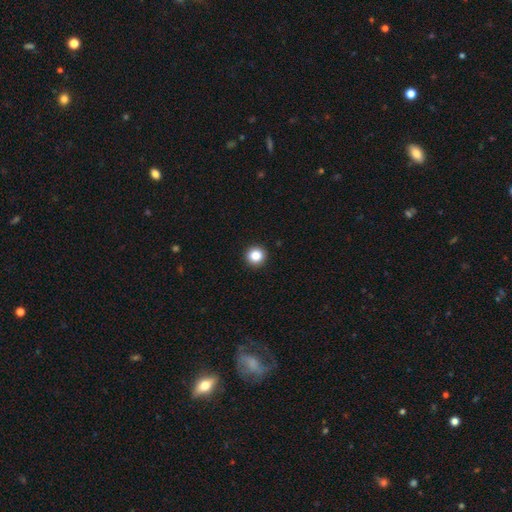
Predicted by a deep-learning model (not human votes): Overall: smooth (86%). How rounded: round (94%). Merging: none (93%).